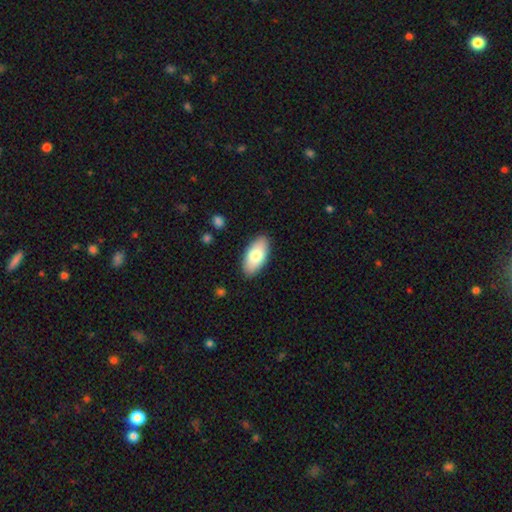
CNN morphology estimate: smooth 77%, featured or disk 17%, star or artifact 6%. Down the decision tree: how rounded — in between (94%); merging — none (88%).